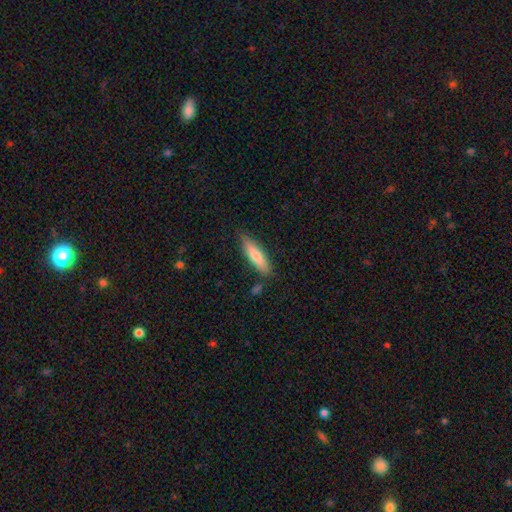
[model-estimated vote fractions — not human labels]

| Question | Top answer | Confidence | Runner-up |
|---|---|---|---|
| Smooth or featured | smooth | 73% | featured or disk (22%) |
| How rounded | cigar-shaped | 74% | in between (25%) |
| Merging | none | 83% | minor disturbance (12%) |